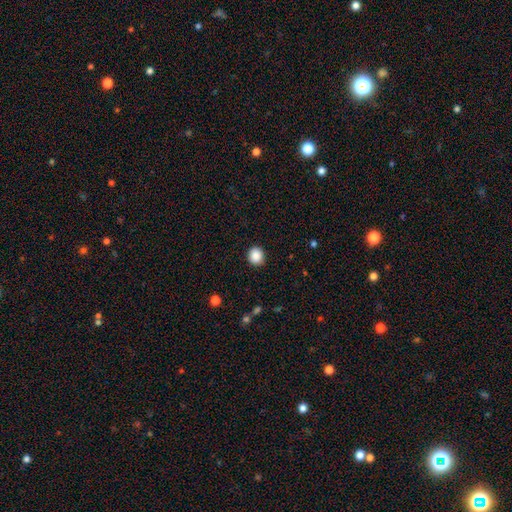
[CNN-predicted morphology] Smooth or featured? smooth (88%)
How rounded? round (81%)
Merging? none (91%)